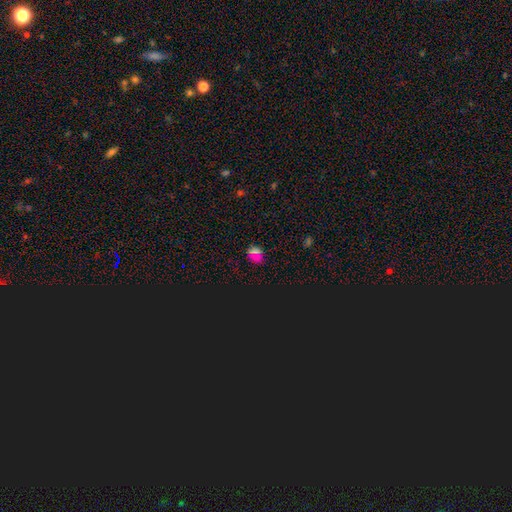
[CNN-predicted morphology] Overall: smooth (47%; star or artifact 46%). Merging: none (81%).